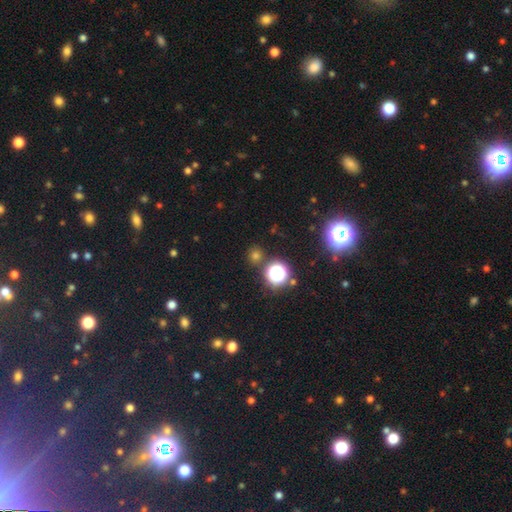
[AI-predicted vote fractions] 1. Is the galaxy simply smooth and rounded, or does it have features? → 64% smooth, 31% star or artifact, 6% featured or disk.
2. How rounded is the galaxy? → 89% round, 10% in between, 1% cigar-shaped.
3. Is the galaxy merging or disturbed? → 84% none, 8% minor disturbance, 5% merger, 3% major disturbance.